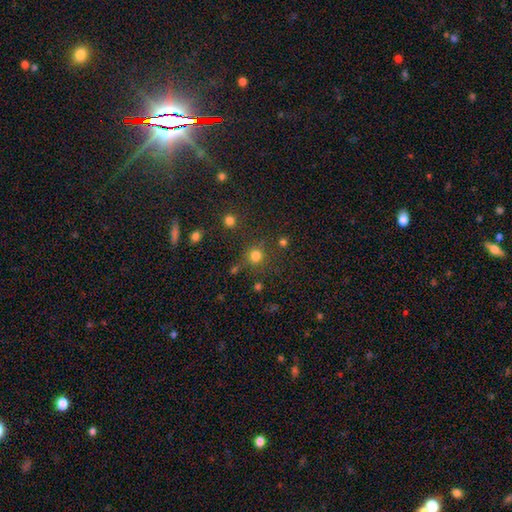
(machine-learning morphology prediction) Overall: smooth (77%). How rounded: round (93%). Merging: none (77%).